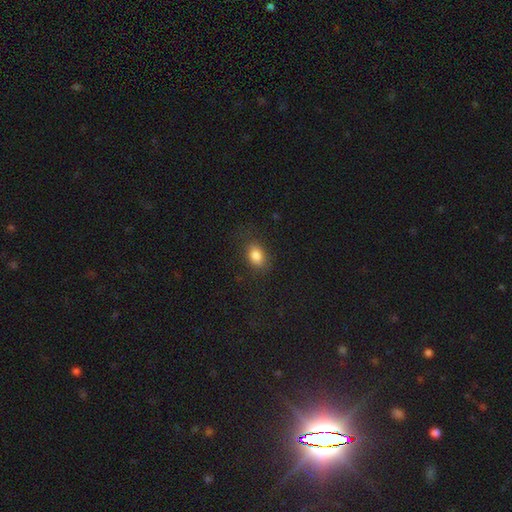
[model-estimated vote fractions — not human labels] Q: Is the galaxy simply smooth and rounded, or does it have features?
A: smooth — 84%.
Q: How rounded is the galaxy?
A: in between — 80%.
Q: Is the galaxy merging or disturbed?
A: none — 81%.